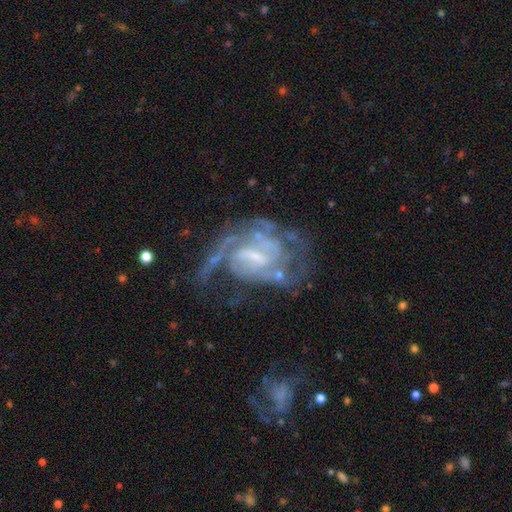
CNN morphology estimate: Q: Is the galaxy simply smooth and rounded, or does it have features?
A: featured or disk — 85%.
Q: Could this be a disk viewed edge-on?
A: no — 97%.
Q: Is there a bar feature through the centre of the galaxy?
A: weak — 53%.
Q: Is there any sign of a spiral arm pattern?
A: yes — 89%.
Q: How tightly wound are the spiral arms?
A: medium — 44%.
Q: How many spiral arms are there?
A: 2 — 35%.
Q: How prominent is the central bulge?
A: small — 51%.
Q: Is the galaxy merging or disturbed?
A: none — 43%.